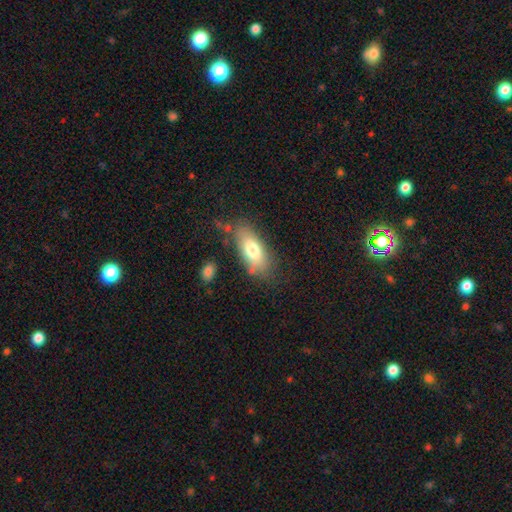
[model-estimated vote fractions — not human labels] smooth 72%, featured or disk 19%, star or artifact 8%. Down the decision tree: how rounded — in between (80%); merging — none (71%).